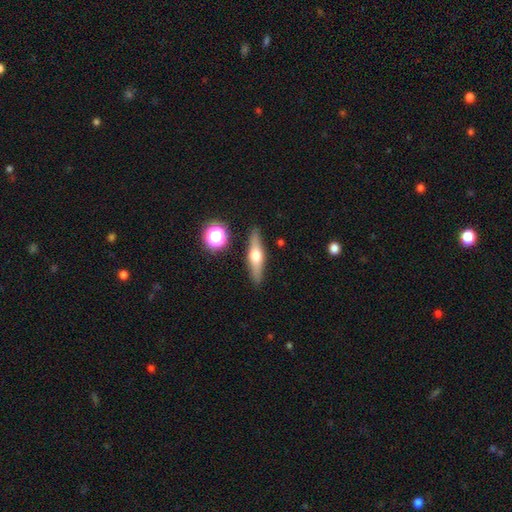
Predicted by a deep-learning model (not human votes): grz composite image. It shows a featured or disk galaxy (57%) viewed edge-on (93%) with a rounded central bulge (93%). Merging: none (88%).